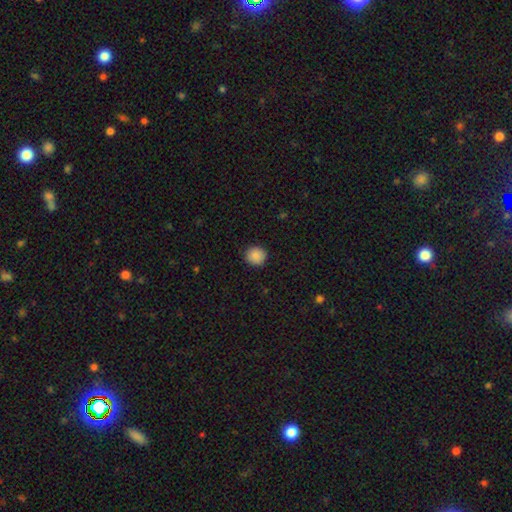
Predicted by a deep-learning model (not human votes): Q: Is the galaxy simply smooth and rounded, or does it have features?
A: smooth — 88%.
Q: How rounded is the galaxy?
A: round — 93%.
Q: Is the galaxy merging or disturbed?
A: none — 91%.